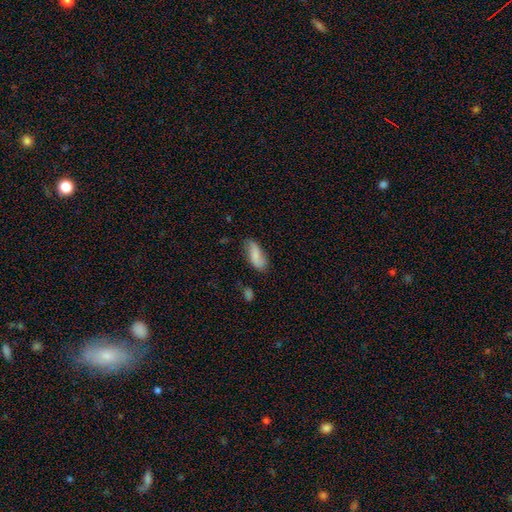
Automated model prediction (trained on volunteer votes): Overall: smooth (72%). How rounded: in between (82%). Merging: none (68%).